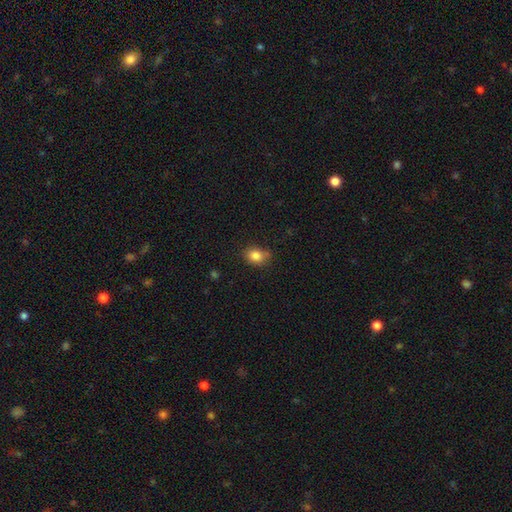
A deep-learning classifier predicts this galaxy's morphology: Smooth or featured: smooth — 84% (star or artifact — 10%)
How rounded: in between — 51% (round — 48%)
Merging: none — 70% (minor disturbance — 23%)